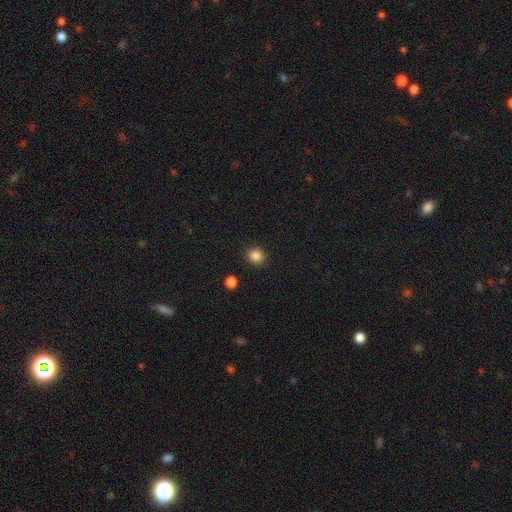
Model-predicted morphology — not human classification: Smooth or featured? Predicted: smooth (p=0.86). How rounded? Predicted: round (p=0.81). Merging? Predicted: none (p=0.90).